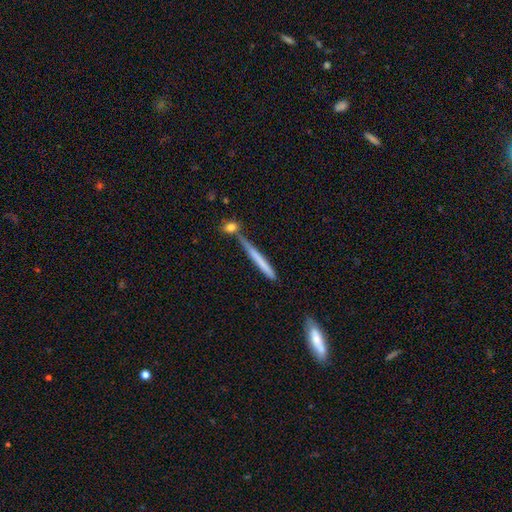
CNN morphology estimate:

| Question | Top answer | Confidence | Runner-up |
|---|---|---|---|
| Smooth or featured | smooth | 56% | featured or disk (37%) |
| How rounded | cigar-shaped | 96% | in between (3%) |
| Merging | none | 69% | minor disturbance (14%) |